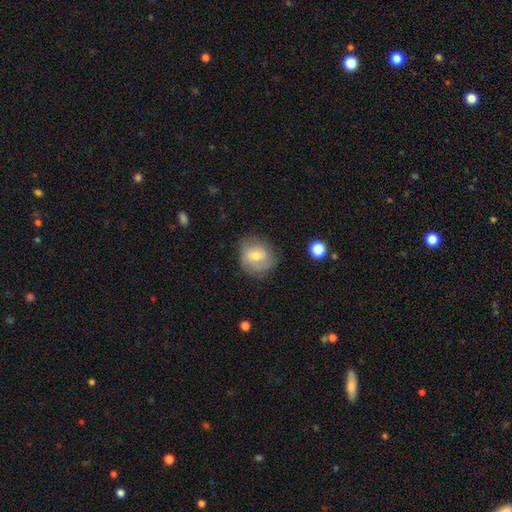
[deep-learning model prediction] Q: Smooth or featured?
A: smooth (61%); runner-up: featured or disk (30%)
Q: How rounded?
A: round (77%); runner-up: in between (22%)
Q: Merging?
A: none (73%); runner-up: minor disturbance (20%)